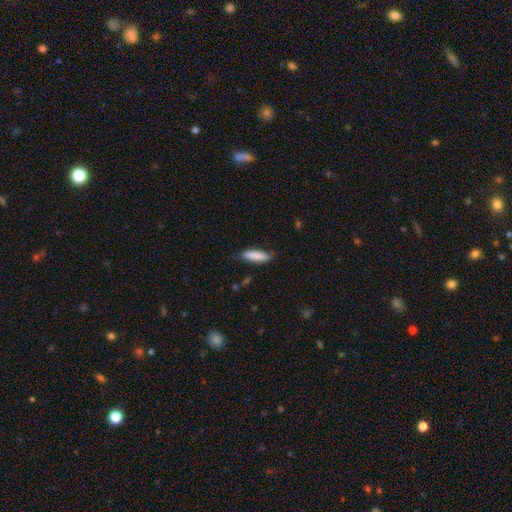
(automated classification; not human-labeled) A smooth galaxy with no disk features (86%) that is cigar-shaped (62%). Merging: none (80%).